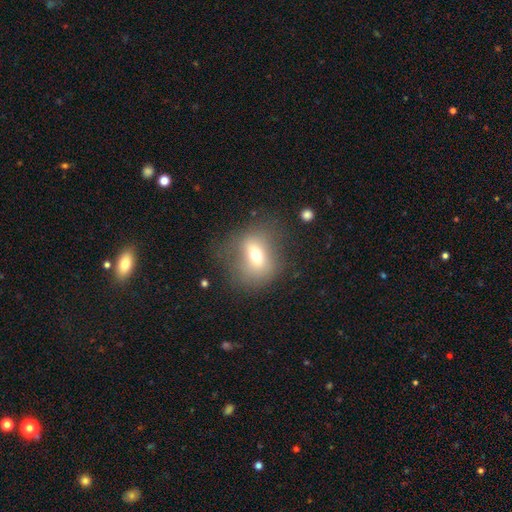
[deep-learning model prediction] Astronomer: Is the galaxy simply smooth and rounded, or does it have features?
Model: smooth — 59%.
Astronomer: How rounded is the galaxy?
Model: round — 49% (runner-up: in between, 47%).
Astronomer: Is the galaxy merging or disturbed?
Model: none — 66%.